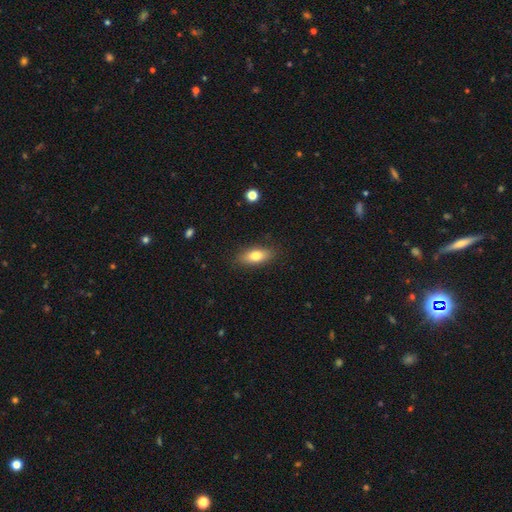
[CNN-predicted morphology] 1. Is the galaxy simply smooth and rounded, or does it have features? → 75% smooth, 18% featured or disk, 7% star or artifact.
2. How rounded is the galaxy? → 76% in between, 19% cigar-shaped, 4% round.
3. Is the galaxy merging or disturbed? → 85% none, 11% minor disturbance, 3% major disturbance, 1% merger.